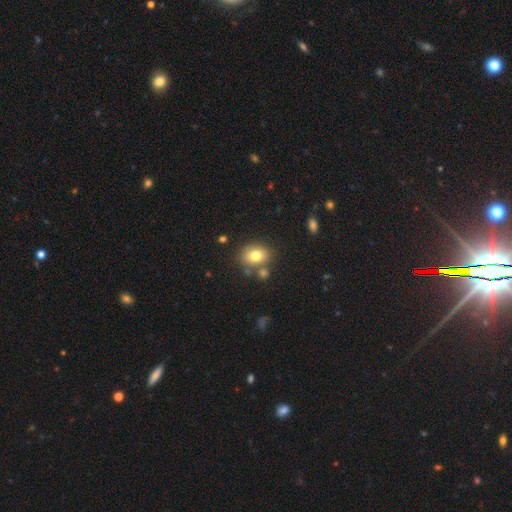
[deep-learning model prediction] The model was most divided on "how rounded": in between: 56%, round: 43%, cigar-shaped: 1%. More confident: smooth or featured — smooth (78%); merging — none (71%).